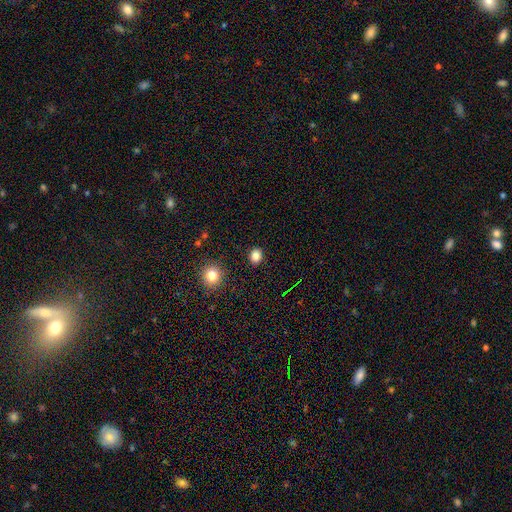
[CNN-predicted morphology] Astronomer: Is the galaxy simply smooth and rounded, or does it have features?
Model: smooth — 83%.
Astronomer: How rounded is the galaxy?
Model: round — 56% (runner-up: in between, 43%).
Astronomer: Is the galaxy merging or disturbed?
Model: none — 90%.